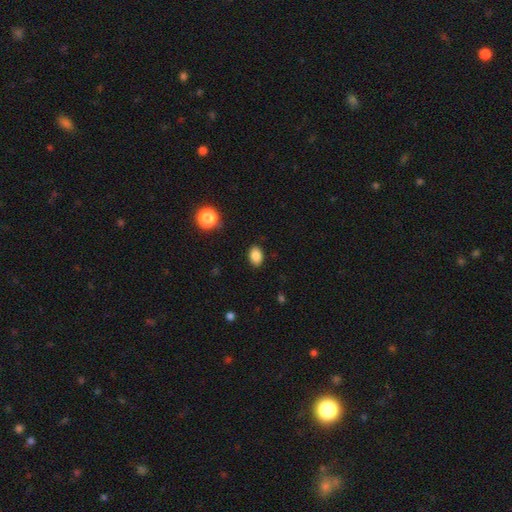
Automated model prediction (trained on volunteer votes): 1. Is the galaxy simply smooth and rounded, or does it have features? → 86% smooth, 10% star or artifact, 4% featured or disk.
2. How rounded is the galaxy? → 79% in between, 19% round, 1% cigar-shaped.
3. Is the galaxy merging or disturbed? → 87% none, 9% minor disturbance, 2% major disturbance, 1% merger.